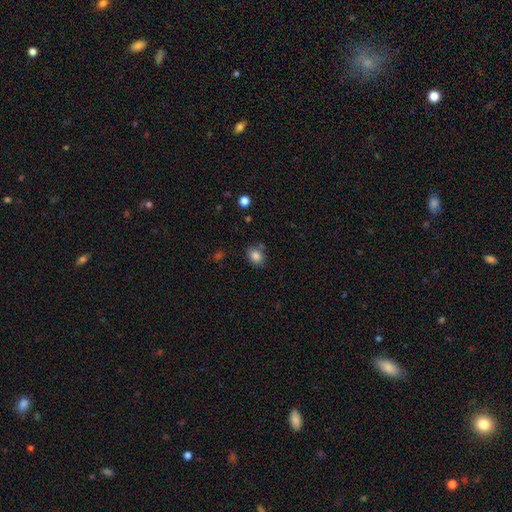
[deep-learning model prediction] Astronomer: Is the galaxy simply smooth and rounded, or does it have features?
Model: smooth — 85%.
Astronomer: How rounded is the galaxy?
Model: in between — 57% (runner-up: round, 42%).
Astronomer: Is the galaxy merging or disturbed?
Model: none — 76%.